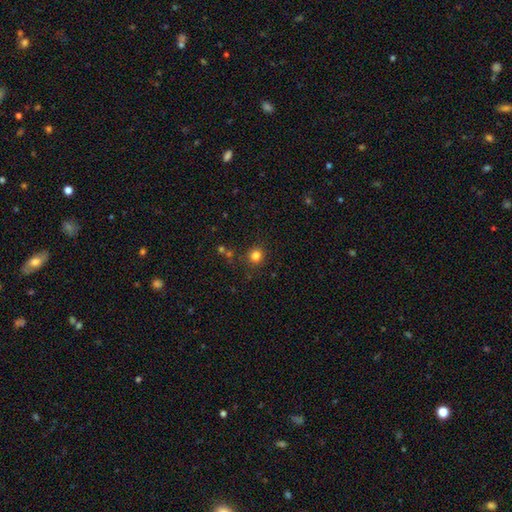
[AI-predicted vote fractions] A smooth galaxy with no disk features (81%) that is round (91%). Merging: none (86%).